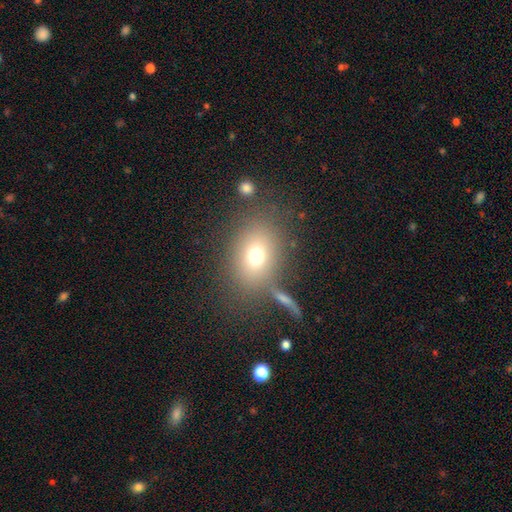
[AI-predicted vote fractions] This appears to be a smooth galaxy with no disk features (72%) that is in between round and cigar-shaped (54%). Merging: none (72%).